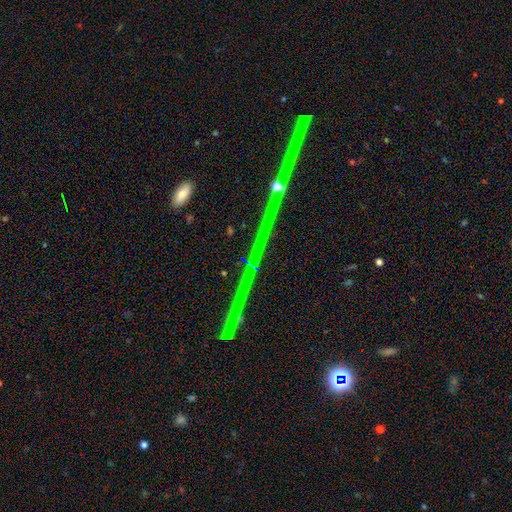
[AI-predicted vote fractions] Overall: star or artifact (69%).